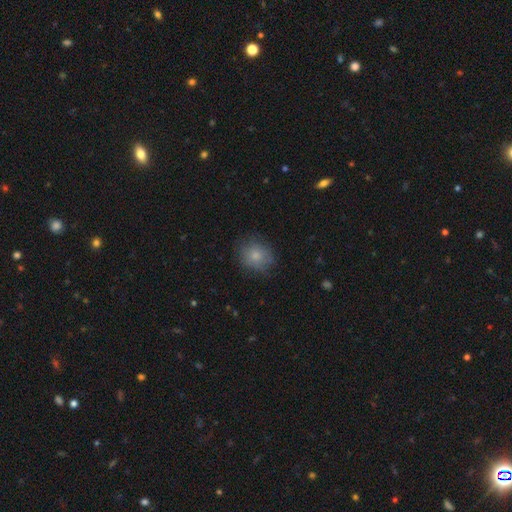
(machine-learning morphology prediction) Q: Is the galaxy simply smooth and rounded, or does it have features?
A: smooth — 80%.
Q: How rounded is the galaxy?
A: round — 73%.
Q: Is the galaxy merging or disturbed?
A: none — 74%.